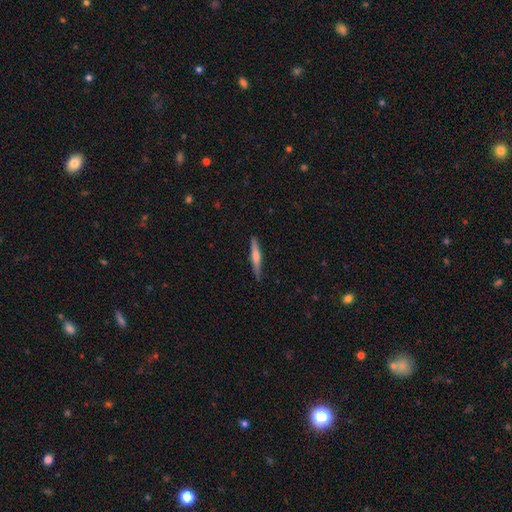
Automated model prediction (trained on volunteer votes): Smooth or featured? smooth (49%)
Merging? none (86%)